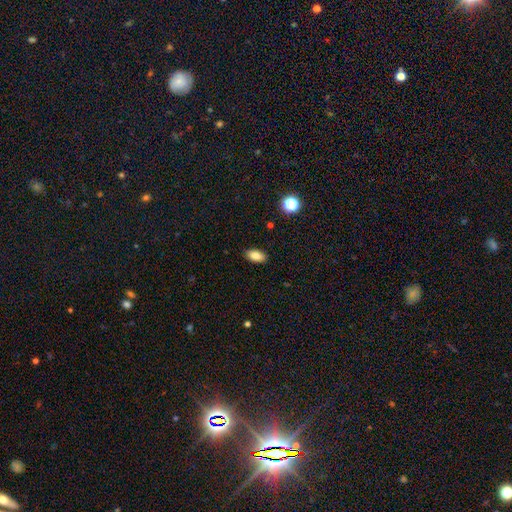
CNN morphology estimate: Smooth or featured? Predicted: smooth (p=0.83). How rounded? Predicted: in between (p=0.91). Merging? Predicted: none (p=0.89).